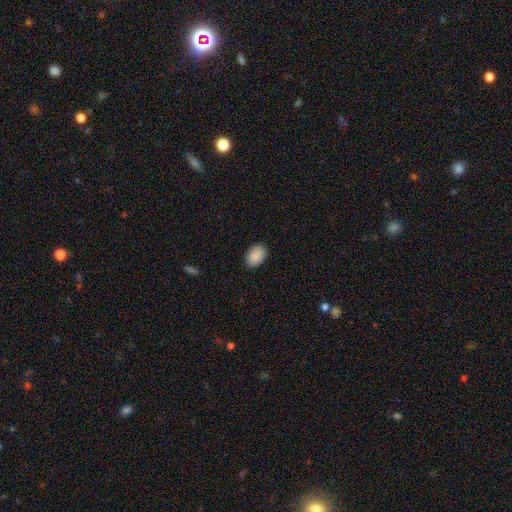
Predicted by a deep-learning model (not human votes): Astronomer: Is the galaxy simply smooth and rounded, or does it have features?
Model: smooth — 90%.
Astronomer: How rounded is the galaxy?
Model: in between — 85%.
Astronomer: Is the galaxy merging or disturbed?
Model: none — 89%.